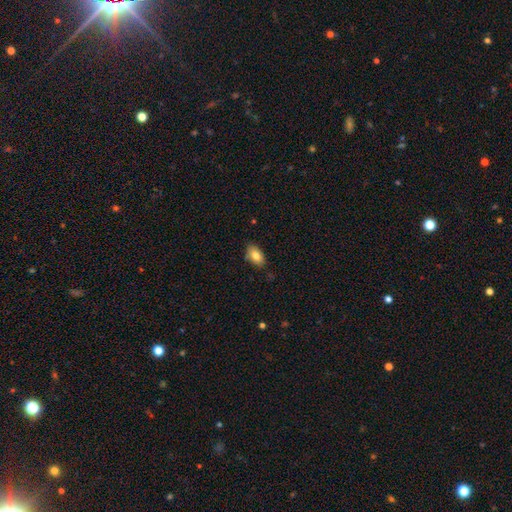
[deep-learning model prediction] smooth_or_featured: smooth (p=0.81) [alt: featured or disk p=0.11]
how_rounded: in between (p=0.91) [alt: round p=0.07]
merging: none (p=0.80) [alt: minor disturbance p=0.16]